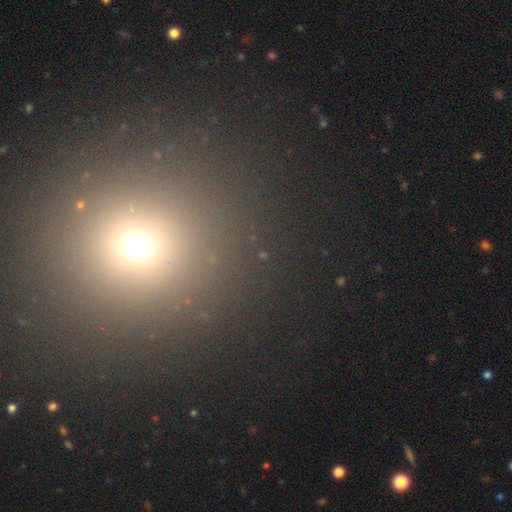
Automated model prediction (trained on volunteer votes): A smooth galaxy with no disk features (54%) that is round (92%).

Vote fractions:
- Smooth or featured? smooth: 54% / star or artifact: 39% / featured or disk: 8%
- How rounded? round: 92% / in between: 7% / cigar-shaped: 1%
- Merging? none: 89% / minor disturbance: 5% / major disturbance: 3% / merger: 3%